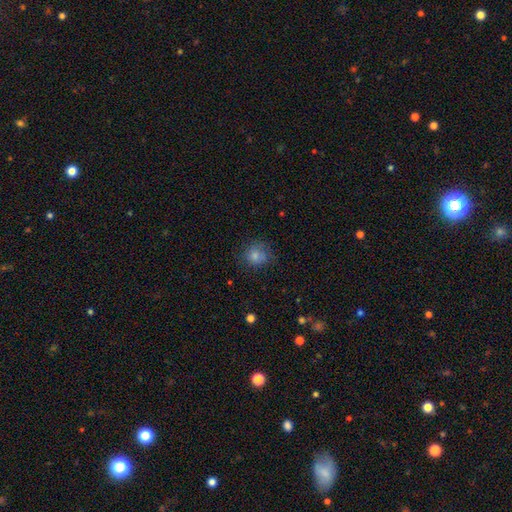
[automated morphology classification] Smooth or featured?
  - smooth: 79% *
  - star or artifact: 11%
  - featured or disk: 10%
How rounded?
  - round: 79% *
  - in between: 20%
  - cigar-shaped: 1%
Merging?
  - none: 67% *
  - minor disturbance: 22%
  - major disturbance: 10%
  - merger: 2%